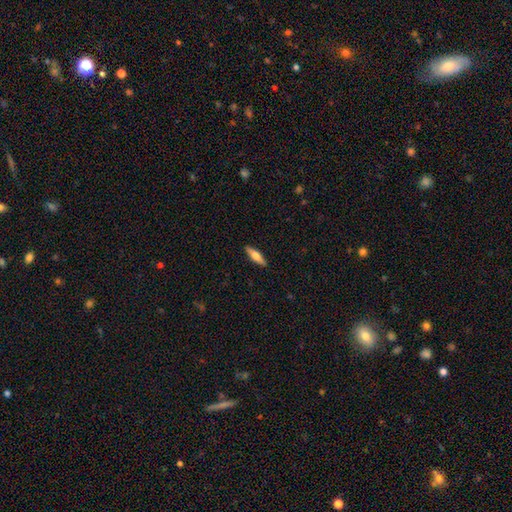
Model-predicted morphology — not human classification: Smooth or featured? smooth (54%)
How rounded? cigar-shaped (68%)
Merging? none (90%)